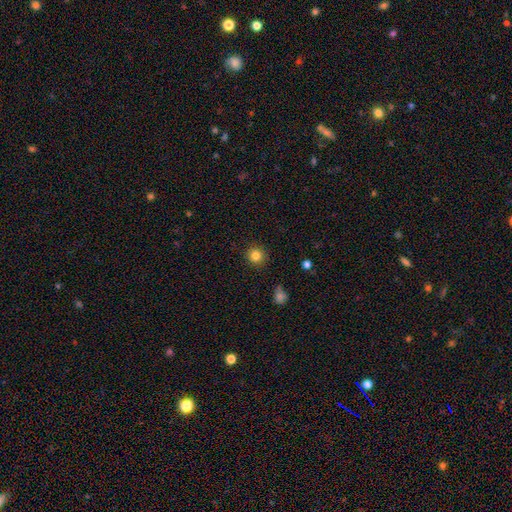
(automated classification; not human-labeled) A smooth galaxy with no disk features (82%) that is round (94%).

Vote fractions:
- Smooth or featured? smooth: 82% / star or artifact: 12% / featured or disk: 6%
- How rounded? round: 94% / in between: 5% / cigar-shaped: 1%
- Merging? none: 90% / minor disturbance: 6% / major disturbance: 2% / merger: 1%